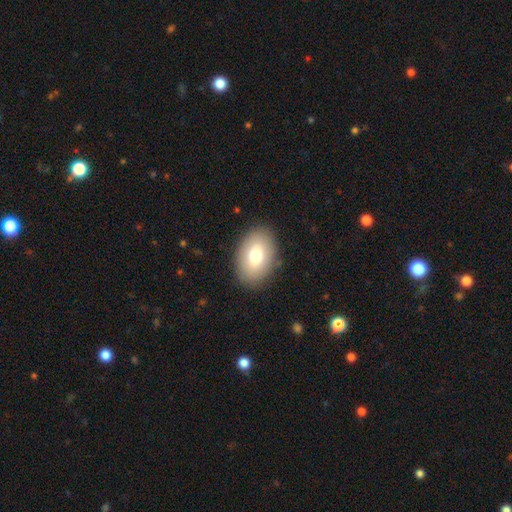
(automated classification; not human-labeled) Smooth or featured? smooth (77%)
How rounded? in between (85%)
Merging? none (87%)